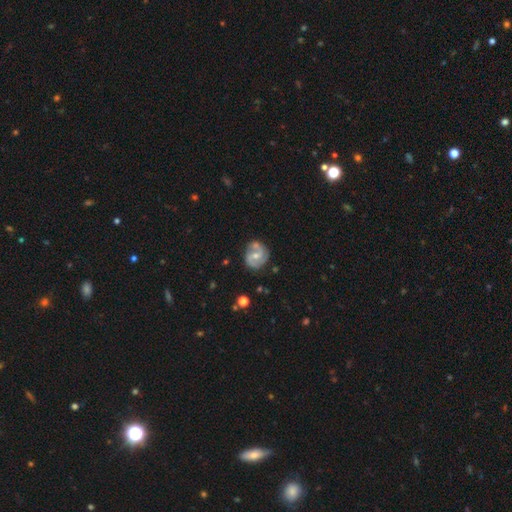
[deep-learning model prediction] The model was most divided on "bar": weak: 45%, no: 43%, strong: 12%. Remaining: edge-on disk — no (98%); spiral arms — yes (95%); smooth or featured — featured or disk (81%); spiral arm count — 2 (75%); merging — none (69%); bulge size — moderate (52%); spiral winding — medium (48%).